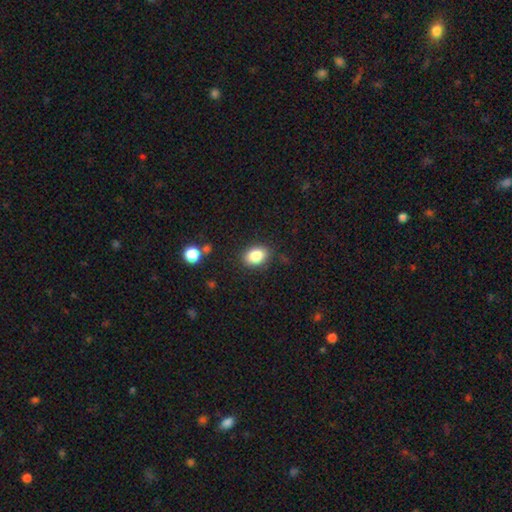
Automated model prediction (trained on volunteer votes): The model was most divided on "how rounded": in between: 77%, round: 22%, cigar-shaped: 1%. More confident: smooth or featured — smooth (85%); merging — none (85%).